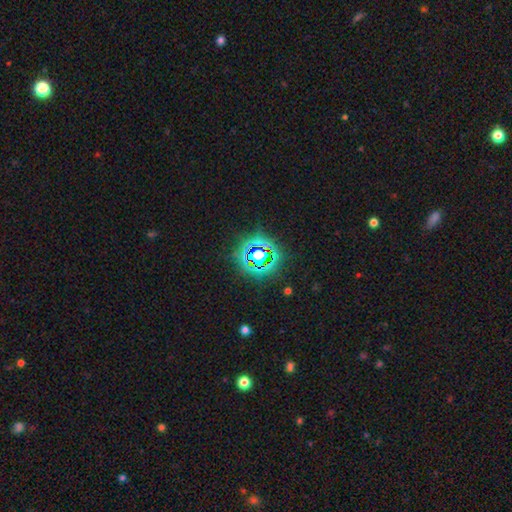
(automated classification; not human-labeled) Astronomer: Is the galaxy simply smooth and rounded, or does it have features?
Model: star or artifact — 79%.